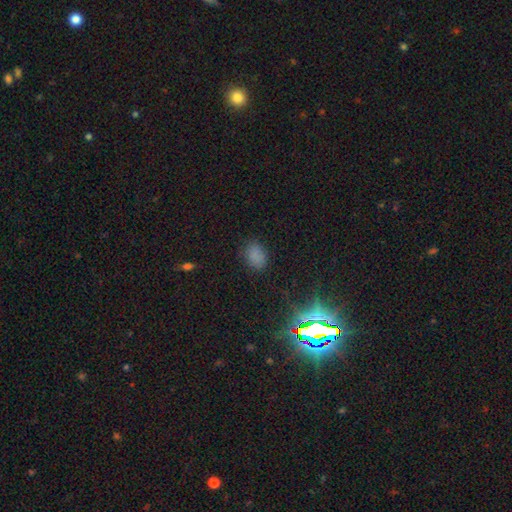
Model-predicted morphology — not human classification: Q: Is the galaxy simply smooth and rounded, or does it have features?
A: smooth — 76%.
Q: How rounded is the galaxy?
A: in between — 76%.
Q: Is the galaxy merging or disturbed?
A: none — 78%.